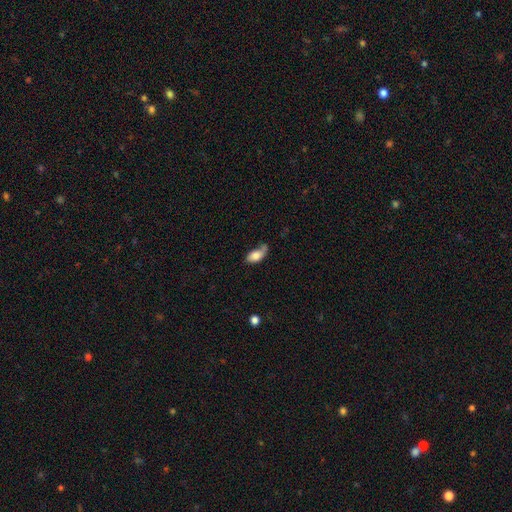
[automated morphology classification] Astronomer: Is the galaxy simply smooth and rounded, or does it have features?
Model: smooth — 75%.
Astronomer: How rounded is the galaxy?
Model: in between — 89%.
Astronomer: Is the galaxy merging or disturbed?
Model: none — 39% (runner-up: minor disturbance, 33%).